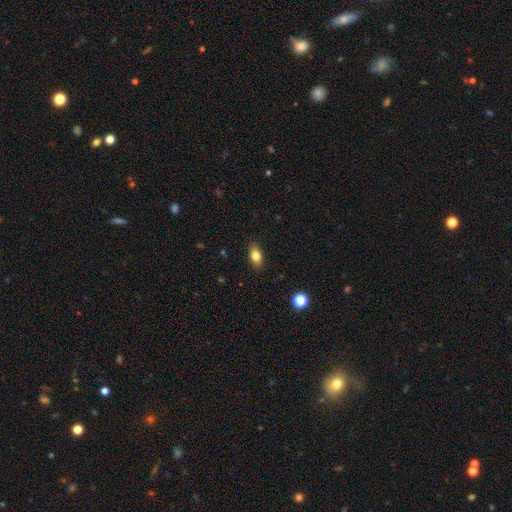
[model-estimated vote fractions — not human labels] smooth 80%, featured or disk 11%, star or artifact 9%. Down the decision tree: how rounded — in between (85%); merging — none (88%).